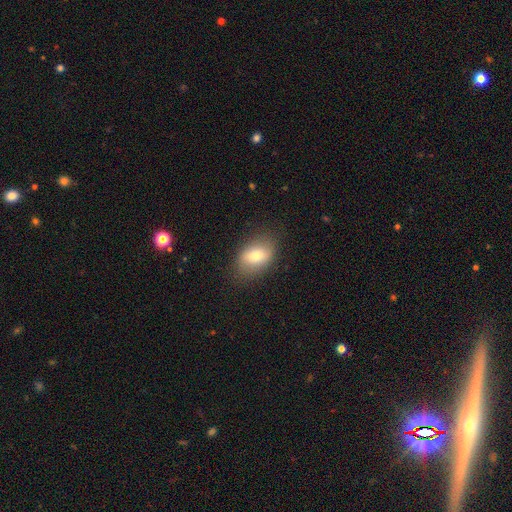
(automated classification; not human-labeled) Morphology: type=smooth (71%); roundness=in between (82%); merging=none (81%).